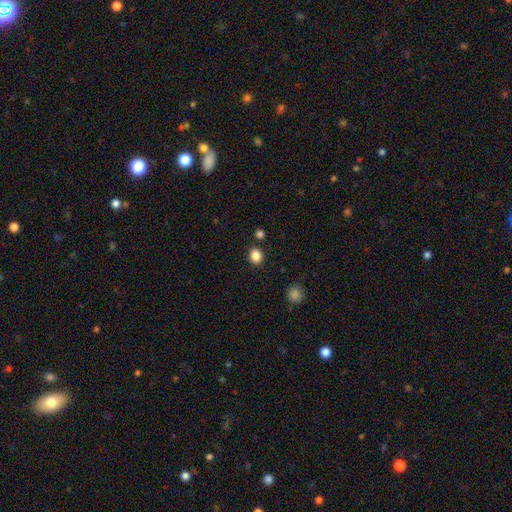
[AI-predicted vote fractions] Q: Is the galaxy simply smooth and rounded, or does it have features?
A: smooth — 86%.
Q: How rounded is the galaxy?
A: round — 54%.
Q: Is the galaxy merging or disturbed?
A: none — 85%.